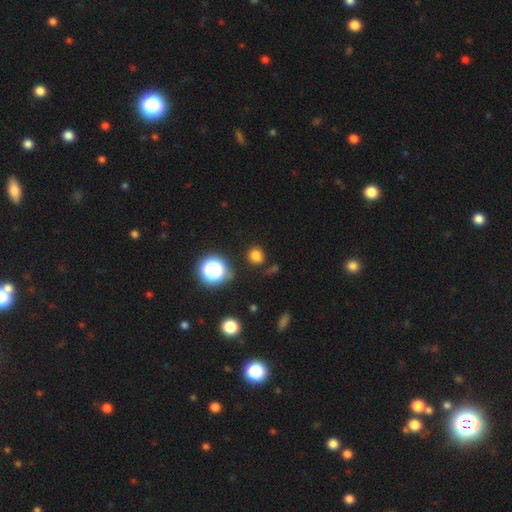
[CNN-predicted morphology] This is likely a smooth galaxy (76%). How rounded: clearly round (81%). Merging: clearly none (84%).